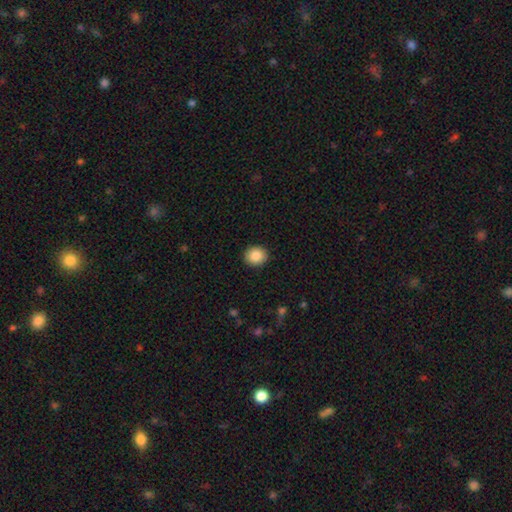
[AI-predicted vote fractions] A smooth galaxy with no disk features (87%) that is round (79%). Merging: none (91%).